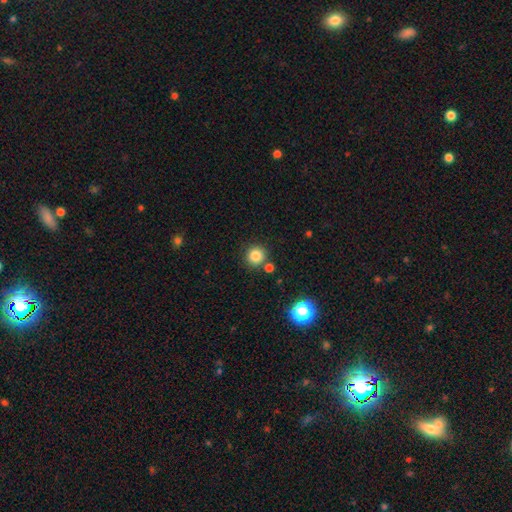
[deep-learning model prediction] A smooth galaxy with no disk features (83%) that is round (94%). Merging: none (82%).